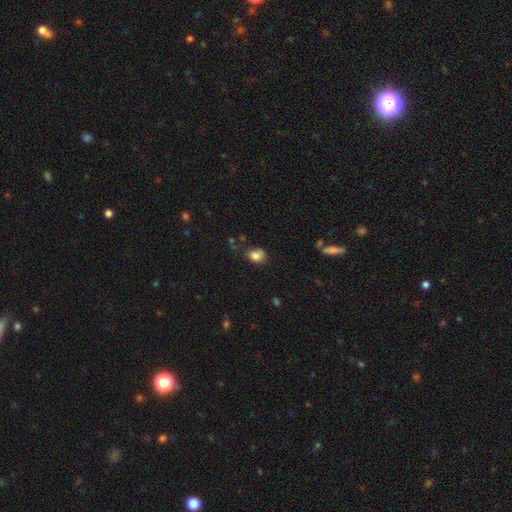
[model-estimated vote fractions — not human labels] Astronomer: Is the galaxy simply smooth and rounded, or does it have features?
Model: smooth — 82%.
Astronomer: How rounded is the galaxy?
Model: in between — 59% (runner-up: round, 40%).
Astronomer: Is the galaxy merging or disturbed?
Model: none — 63%.